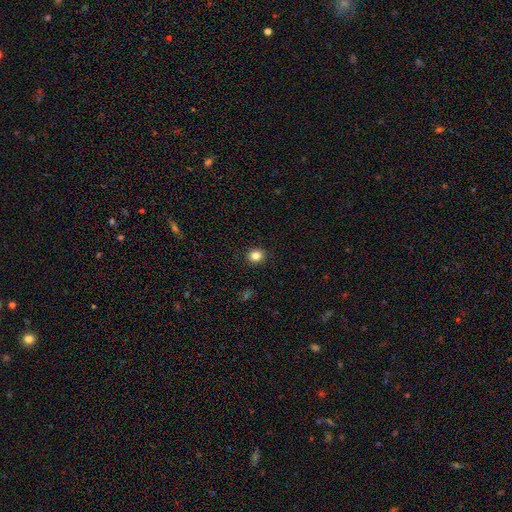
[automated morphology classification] This appears to be a smooth galaxy with no disk features (84%) that is round (81%). Merging: none (92%).